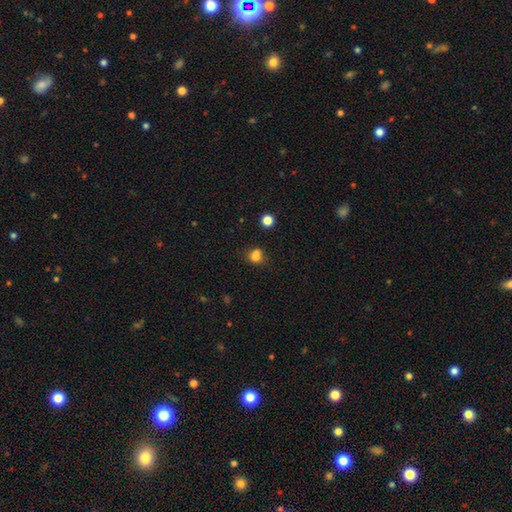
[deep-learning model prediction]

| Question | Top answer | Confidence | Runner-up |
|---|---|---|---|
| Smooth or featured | smooth | 78% | star or artifact (14%) |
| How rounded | round | 54% | in between (45%) |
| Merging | none | 54% | merger (20%) |